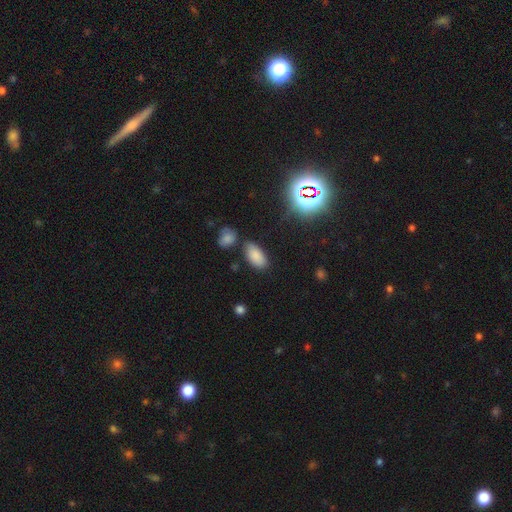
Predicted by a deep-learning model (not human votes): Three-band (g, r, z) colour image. It shows a smooth galaxy with no disk features (82%) that is in between round and cigar-shaped (92%). Merging: none (77%).